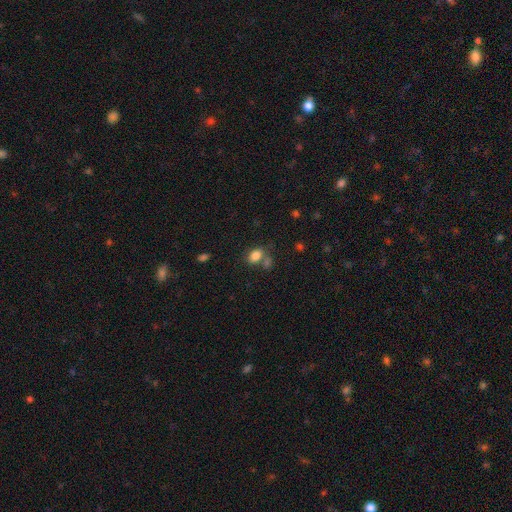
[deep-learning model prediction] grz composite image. It shows a smooth galaxy with no disk features (83%) that is in between round and cigar-shaped (79%). Merging: none (56%).